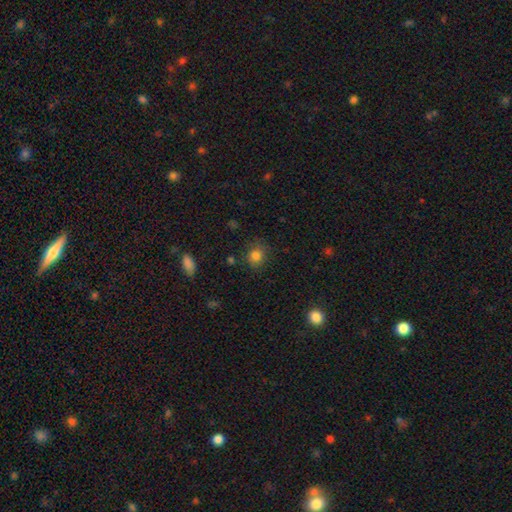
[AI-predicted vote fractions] smooth_or_featured: smooth (p=0.81) [alt: star or artifact p=0.13]
how_rounded: round (p=0.76) [alt: in between p=0.23]
merging: none (p=0.80) [alt: minor disturbance p=0.14]